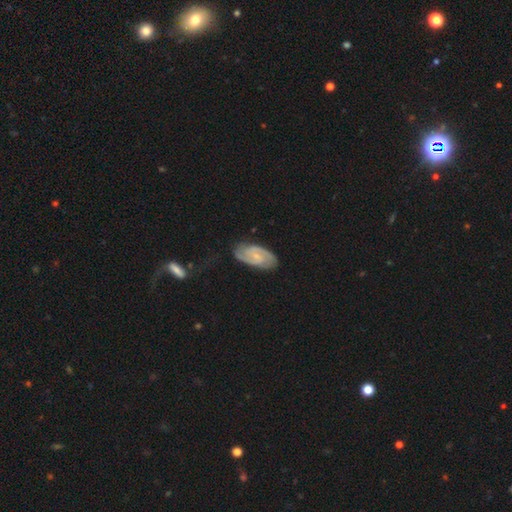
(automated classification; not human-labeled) Morphology: type=featured or disk (80%); edge-on=no (96%); bar=no (48%); spiral arms=yes (96%); winding=tight (46%); arm count=2 (83%); bulge=small (68%); merging=none (79%).